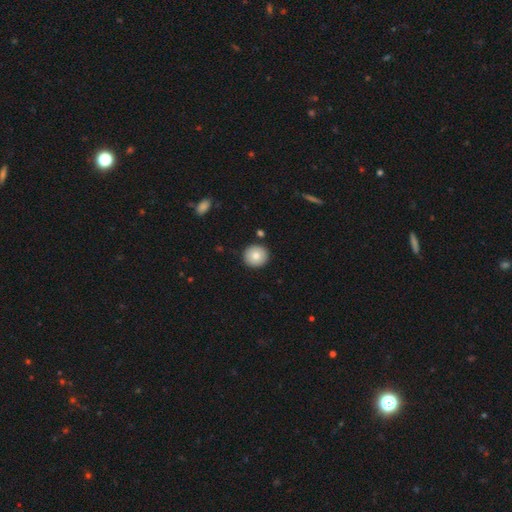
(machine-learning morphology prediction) A smooth galaxy with no disk features (83%) that is round (92%).

Vote fractions:
- Smooth or featured? smooth: 83% / featured or disk: 10% / star or artifact: 8%
- How rounded? round: 92% / in between: 7% / cigar-shaped: 1%
- Merging? none: 90% / minor disturbance: 6% / merger: 2% / major disturbance: 2%